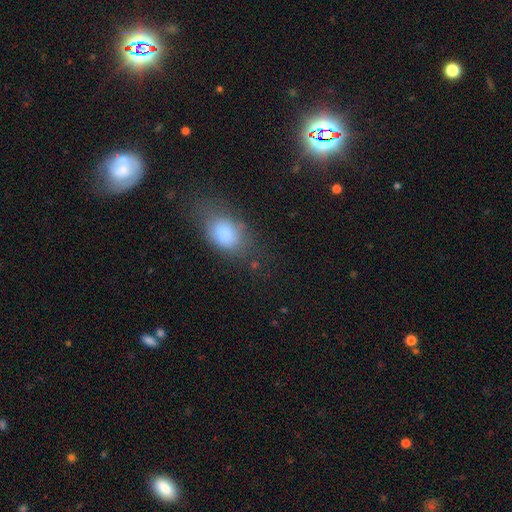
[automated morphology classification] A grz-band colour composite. It shows a smooth galaxy with no disk features (61%) that is in between round and cigar-shaped (74%). Merging: none (71%).